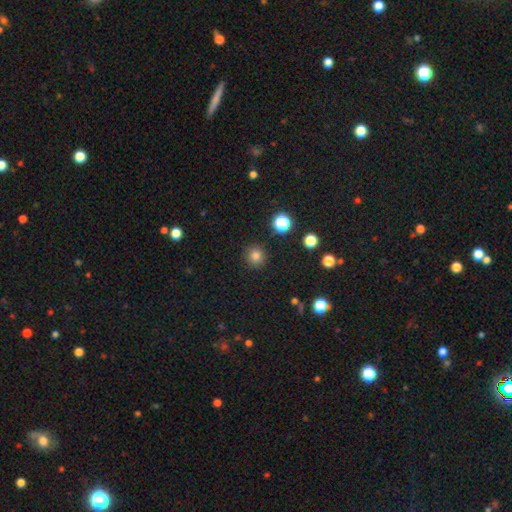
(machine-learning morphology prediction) smooth 81%, star or artifact 14%, featured or disk 5%. Down the decision tree: how rounded — round (93%); merging — none (90%).